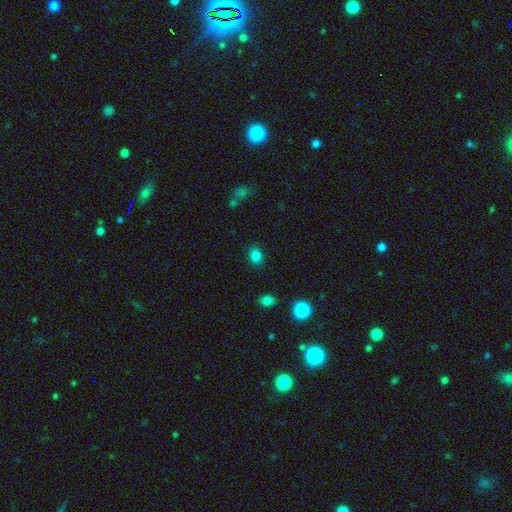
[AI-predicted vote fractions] The model was most divided on "how rounded": in between: 54%, round: 45%, cigar-shaped: 1%. More confident: merging — none (87%); smooth or featured — smooth (84%).